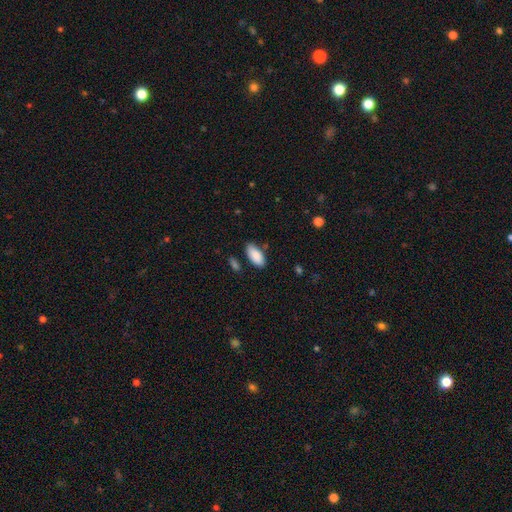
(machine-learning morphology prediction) This is clearly a smooth galaxy (89%). How rounded: clearly in between (90%). Merging: likely none (79%).